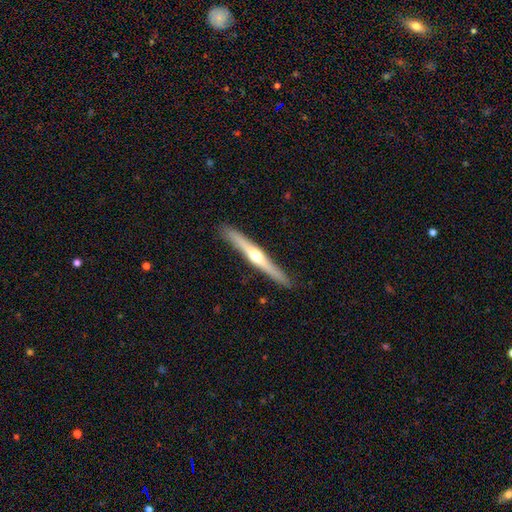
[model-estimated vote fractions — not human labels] Morphology: type=featured or disk (71%); edge-on=yes (97%); edge-on bulge=rounded (90%); merging=none (90%).